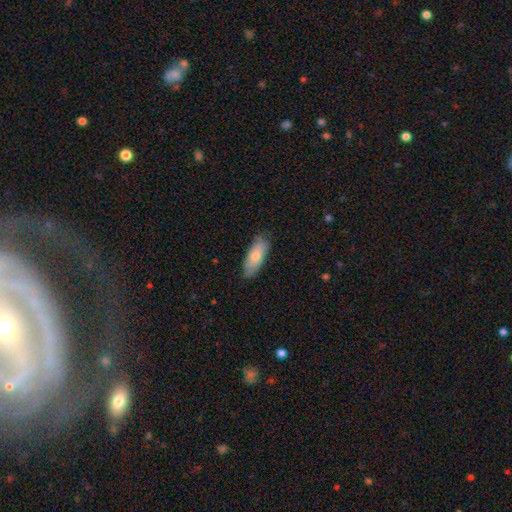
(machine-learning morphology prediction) This appears to be a smooth galaxy with no disk features (76%) that is in between round and cigar-shaped (77%). Merging: none (77%).